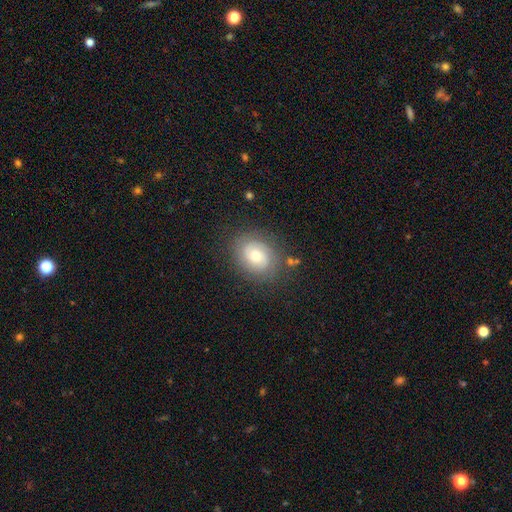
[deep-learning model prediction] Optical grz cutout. It shows a featured or disk galaxy (58%) with no bar (67%), spiral arms (80%) and a moderate central bulge (63%). Merging: none (81%).